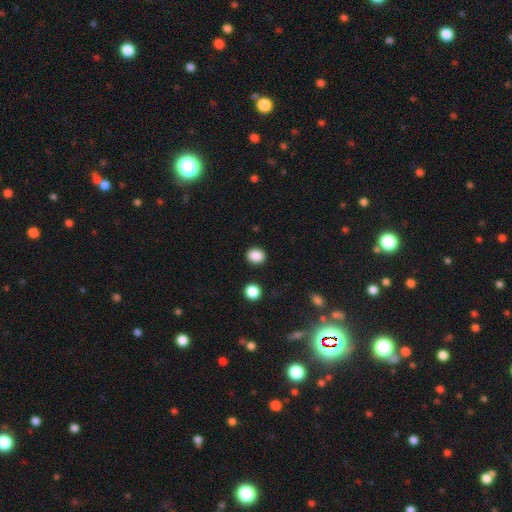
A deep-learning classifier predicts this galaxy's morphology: Smooth or featured? Predicted: smooth (p=0.87). How rounded? Predicted: round (p=0.56). Merging? Predicted: none (p=0.89).